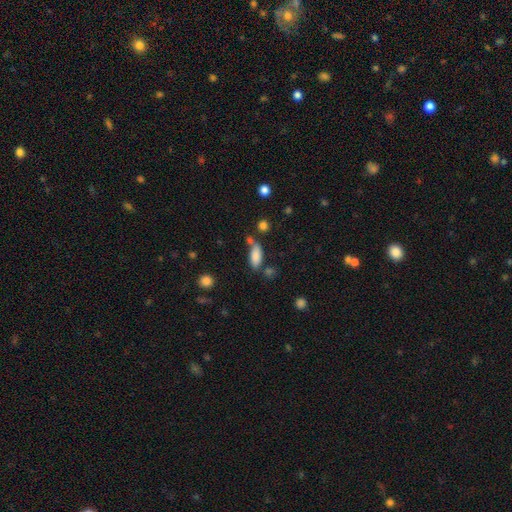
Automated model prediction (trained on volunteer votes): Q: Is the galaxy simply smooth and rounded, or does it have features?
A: smooth — 84%.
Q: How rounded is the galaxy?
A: in between — 80%.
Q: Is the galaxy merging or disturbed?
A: none — 59%.